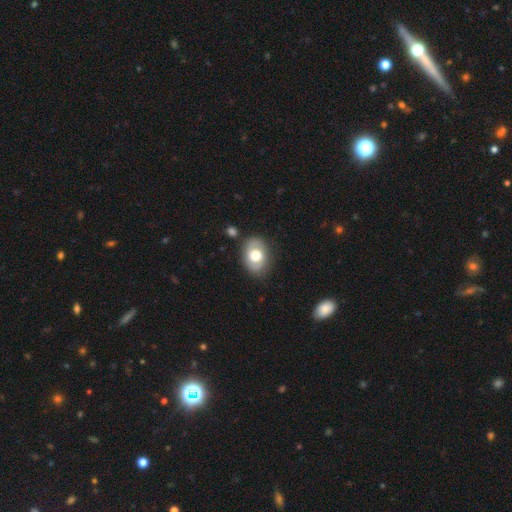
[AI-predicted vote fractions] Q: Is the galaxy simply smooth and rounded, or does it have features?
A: smooth — 51%.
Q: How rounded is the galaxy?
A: in between — 72%.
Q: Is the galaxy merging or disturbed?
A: none — 78%.